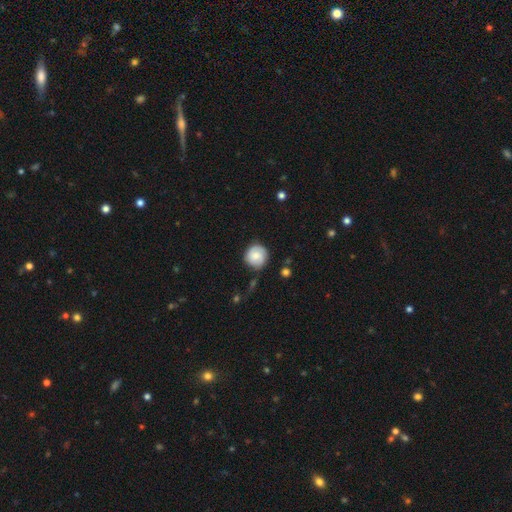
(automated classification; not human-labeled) This is likely a smooth galaxy (67%). How rounded: clearly round (92%). Merging: likely none (77%).